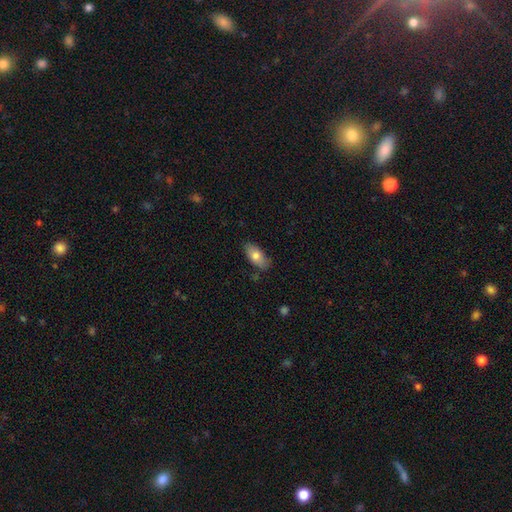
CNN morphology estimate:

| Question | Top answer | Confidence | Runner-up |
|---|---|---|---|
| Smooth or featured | smooth | 77% | featured or disk (16%) |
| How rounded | in between | 90% | cigar-shaped (7%) |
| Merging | none | 79% | minor disturbance (16%) |